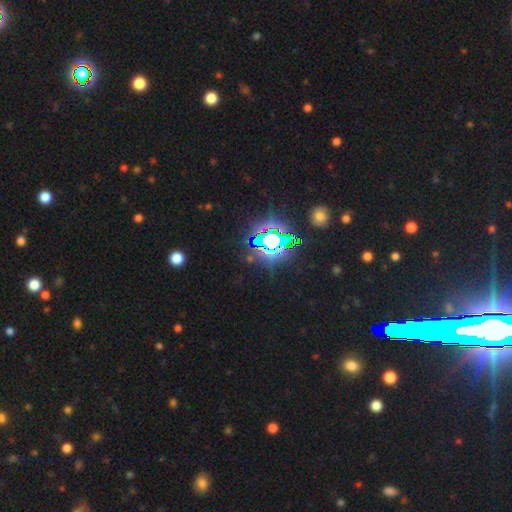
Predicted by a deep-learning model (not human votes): Q: Smooth or featured?
A: star or artifact (81%); runner-up: smooth (10%)